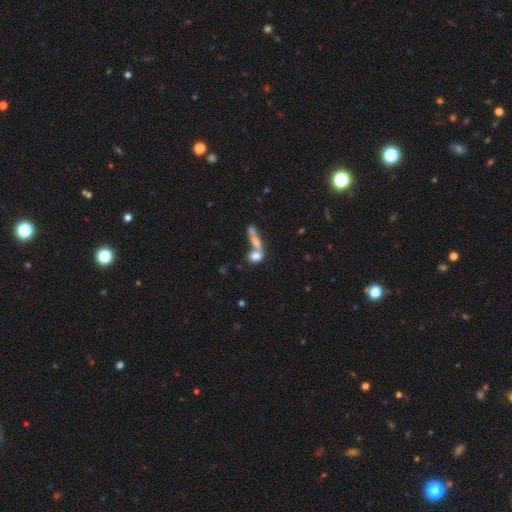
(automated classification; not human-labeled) smooth 69%, featured or disk 20%, star or artifact 11%. Down the decision tree: how rounded — in between (58%); merging — merger (60%).